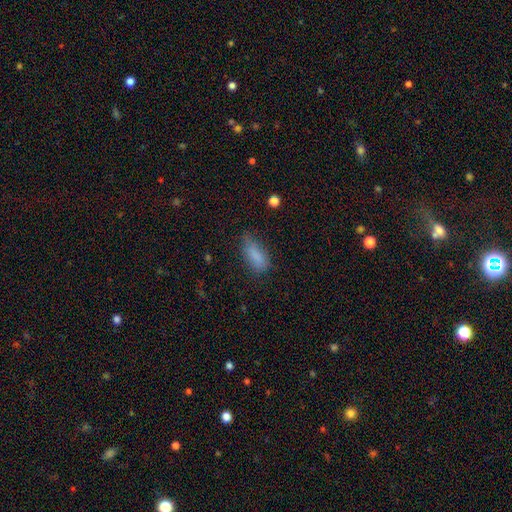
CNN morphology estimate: A smooth galaxy with no disk features (83%) that is in between round and cigar-shaped (79%).

Vote fractions:
- Smooth or featured? smooth: 83% / star or artifact: 9% / featured or disk: 8%
- How rounded? in between: 79% / cigar-shaped: 18% / round: 3%
- Merging? none: 57% / minor disturbance: 31% / major disturbance: 10% / merger: 2%